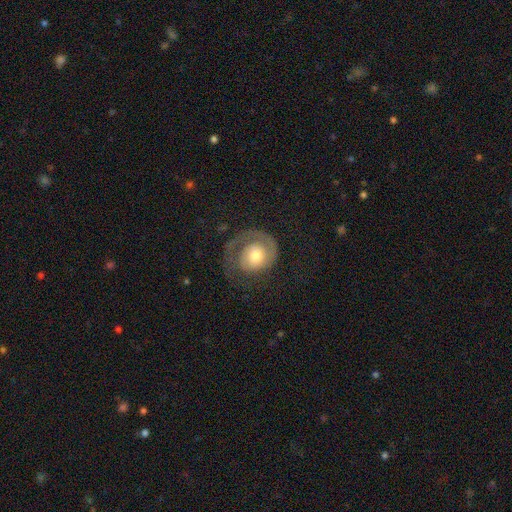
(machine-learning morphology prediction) Smooth or featured? featured or disk (71%)
Edge-on disk? no (98%)
Bar? no (78%)
Spiral arms? yes (90%)
Spiral winding? tight (54%)
Spiral arm count? 1 (76%)
Bulge size? moderate (64%)
Merging? none (53%)